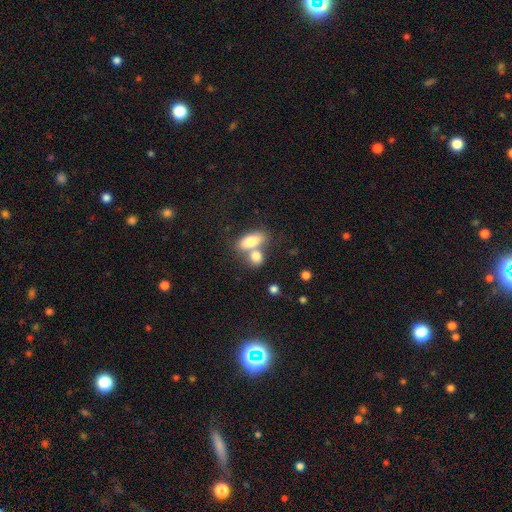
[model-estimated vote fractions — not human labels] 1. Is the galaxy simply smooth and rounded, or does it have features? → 79% smooth, 13% featured or disk, 8% star or artifact.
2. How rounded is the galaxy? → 75% in between, 18% round, 7% cigar-shaped.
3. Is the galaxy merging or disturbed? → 53% merger, 34% none, 8% minor disturbance, 4% major disturbance.